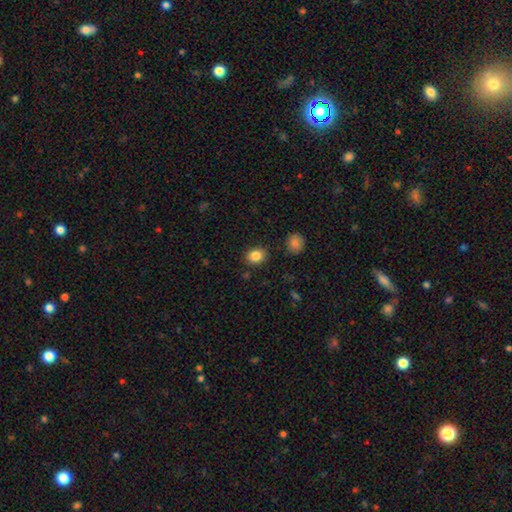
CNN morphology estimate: Smooth or featured?
  - smooth: 85% *
  - star or artifact: 10%
  - featured or disk: 6%
How rounded?
  - round: 54% *
  - in between: 45%
  - cigar-shaped: 1%
Merging?
  - none: 87% *
  - minor disturbance: 8%
  - major disturbance: 2%
  - merger: 2%